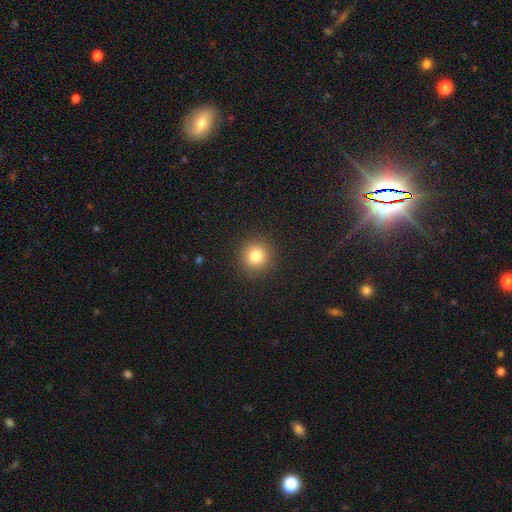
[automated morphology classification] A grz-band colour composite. It shows a smooth galaxy with no disk features (82%) that is round (93%). Merging: none (91%).